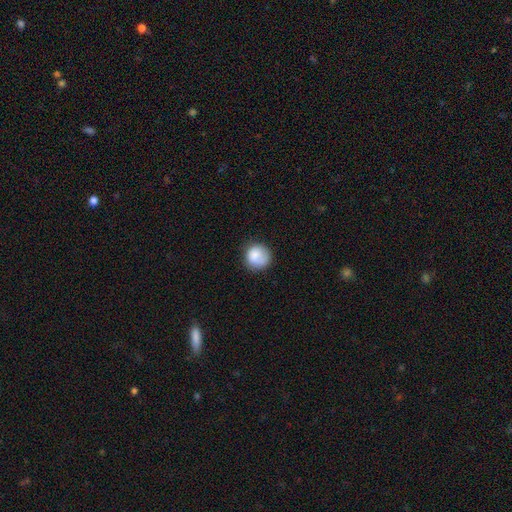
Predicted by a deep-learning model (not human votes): This appears to be a smooth galaxy with no disk features (84%) that is round (89%). Merging: none (74%).